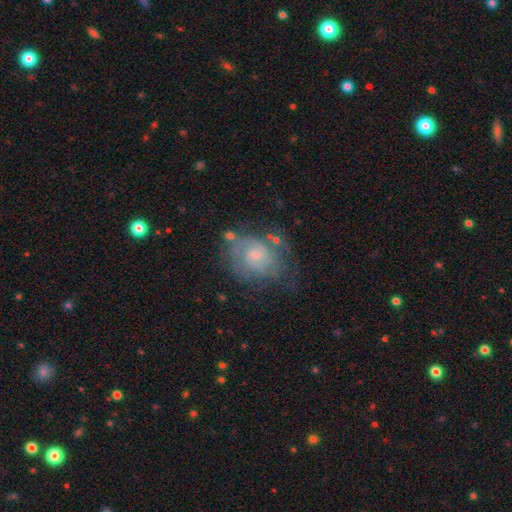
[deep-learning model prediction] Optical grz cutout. It shows a featured or disk galaxy (70%) with no bar (72%), tight (55%) spiral arms (83%) and a small central bulge (63%). Merging: none (54%).